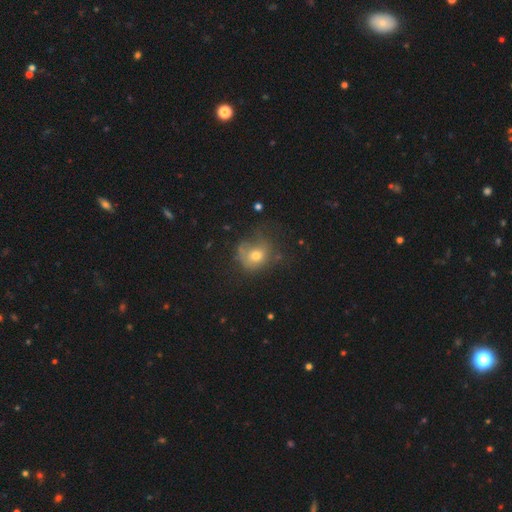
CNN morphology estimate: Overall: smooth (65%). How rounded: round (72%). Merging: none (41%; minor disturbance 28%).